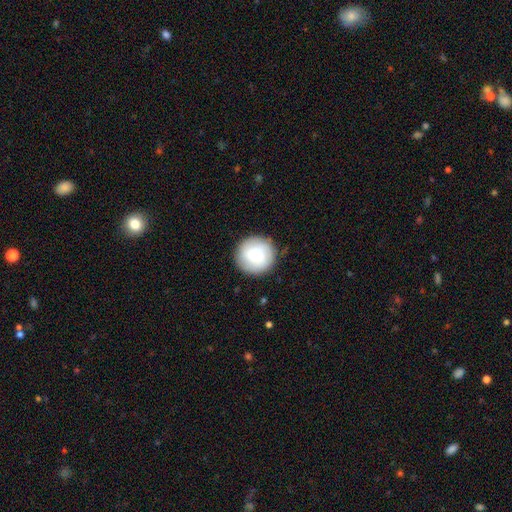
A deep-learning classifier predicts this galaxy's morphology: smooth 73%, featured or disk 20%, star or artifact 7%. Down the decision tree: how rounded — round (94%); merging — none (87%).